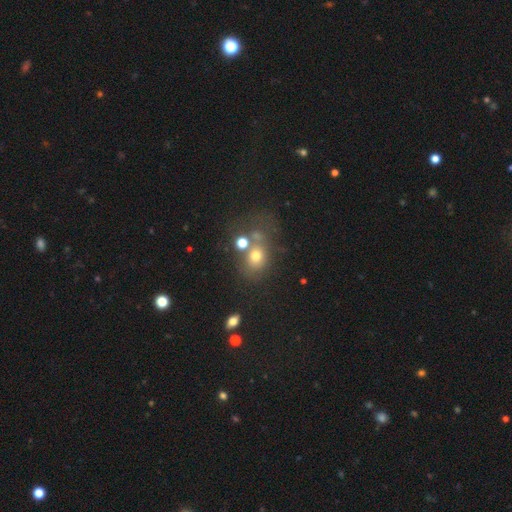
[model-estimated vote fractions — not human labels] Morphology: type=smooth (65%); roundness=round (57%); merging=none (43%).